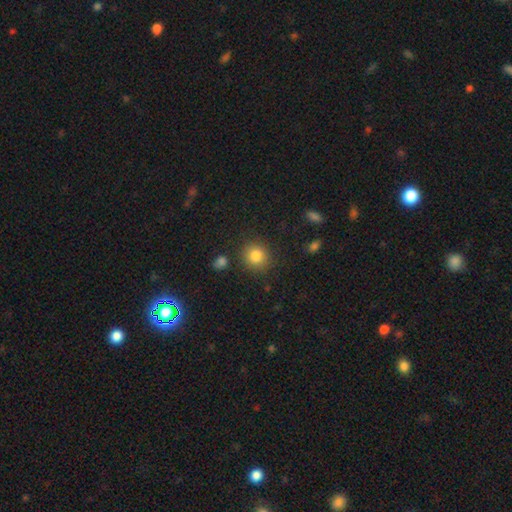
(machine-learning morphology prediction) Smooth or featured? Predicted: smooth (p=0.84). How rounded? Predicted: round (p=0.87). Merging? Predicted: none (p=0.86).